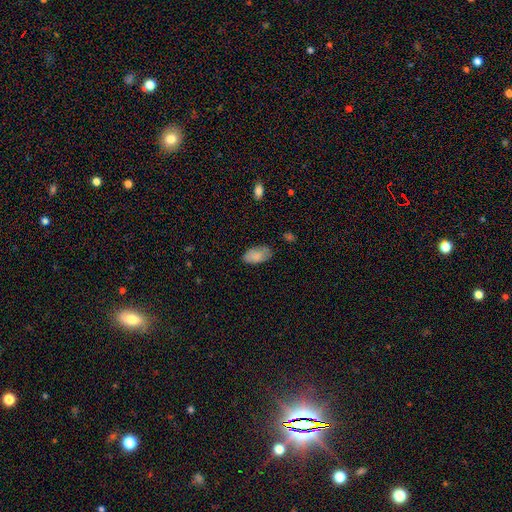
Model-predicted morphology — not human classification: Smooth or featured? Predicted: smooth (p=0.84). How rounded? Predicted: in between (p=0.94). Merging? Predicted: none (p=0.72).